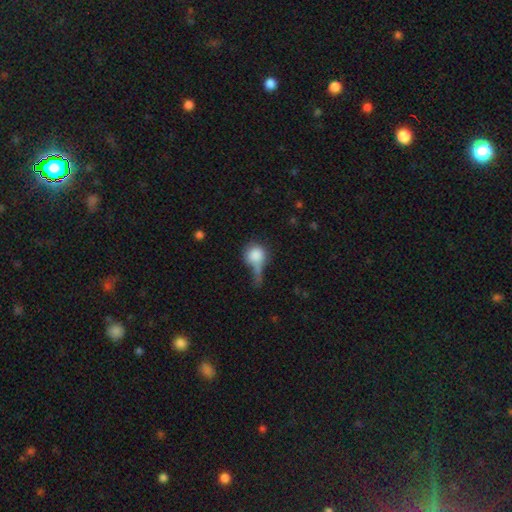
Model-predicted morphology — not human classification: The model was most divided on "merging": major disturbance: 31%, none: 26%, minor disturbance: 23%, merger: 21%. More confident: how rounded — round (80%); smooth or featured — smooth (79%).